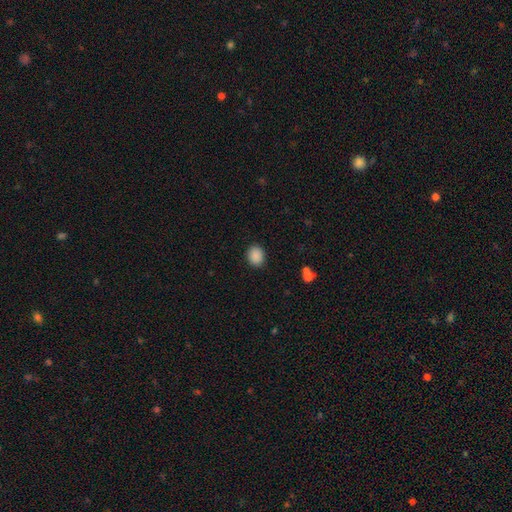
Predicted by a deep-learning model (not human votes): Morphology: type=smooth (89%); roundness=round (56%); merging=none (89%).